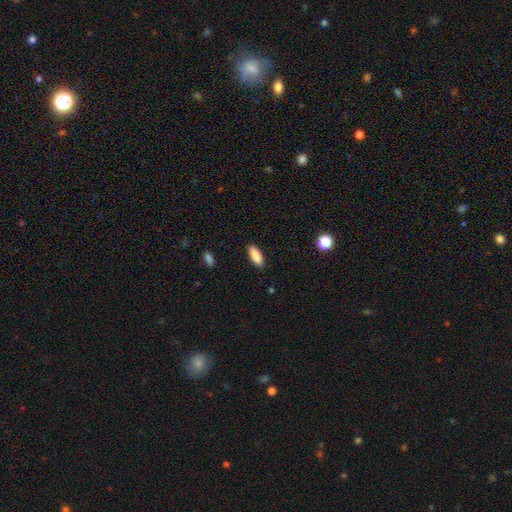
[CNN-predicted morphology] smooth 87%, star or artifact 7%, featured or disk 6%. Down the decision tree: how rounded — in between (65%); merging — none (88%).